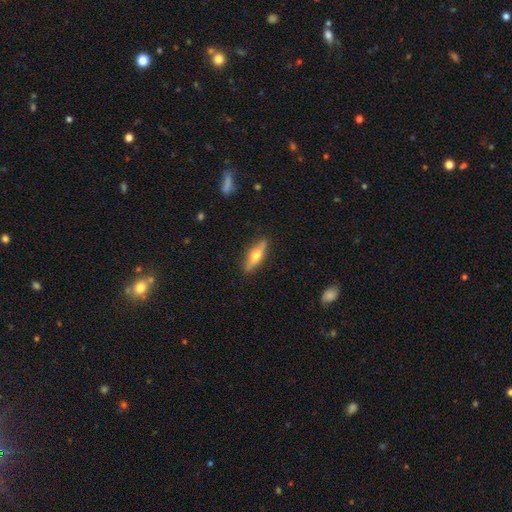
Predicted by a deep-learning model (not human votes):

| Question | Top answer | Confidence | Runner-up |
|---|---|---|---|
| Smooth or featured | smooth | 50% | featured or disk (44%) |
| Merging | none | 86% | minor disturbance (10%) |